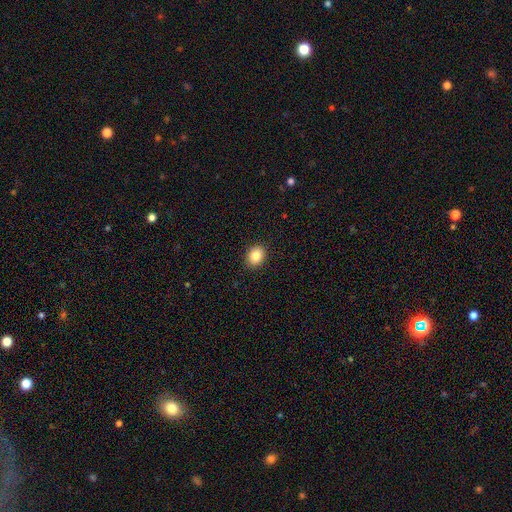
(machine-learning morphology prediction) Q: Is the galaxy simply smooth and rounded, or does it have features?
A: smooth — 84%.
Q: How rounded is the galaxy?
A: round — 51%.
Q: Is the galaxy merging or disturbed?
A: none — 91%.